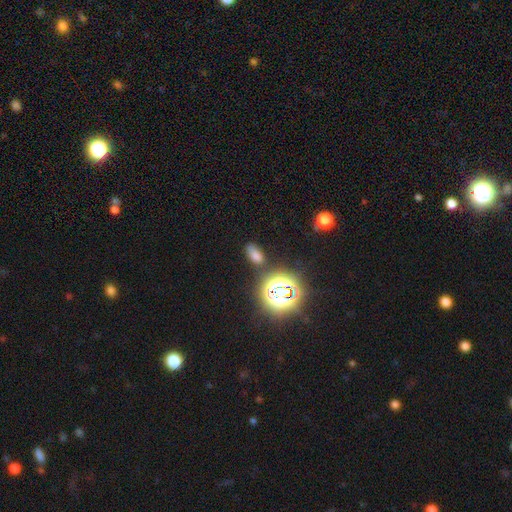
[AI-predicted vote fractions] Q: Smooth or featured?
A: smooth (61%); runner-up: star or artifact (31%)
Q: How rounded?
A: in between (86%); runner-up: round (9%)
Q: Merging?
A: none (75%); runner-up: minor disturbance (14%)